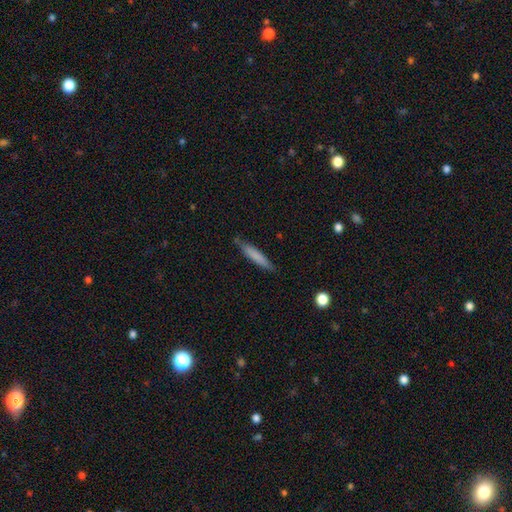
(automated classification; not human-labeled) smooth_or_featured: smooth (p=0.75) [alt: featured or disk p=0.18]
how_rounded: cigar-shaped (p=0.89) [alt: in between p=0.10]
merging: none (p=0.81) [alt: minor disturbance p=0.15]